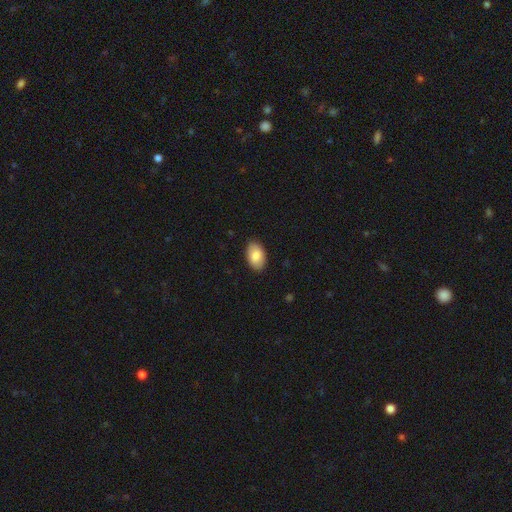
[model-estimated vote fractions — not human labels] Smooth or featured? Predicted: smooth (p=0.85). How rounded? Predicted: in between (p=0.93). Merging? Predicted: none (p=0.87).